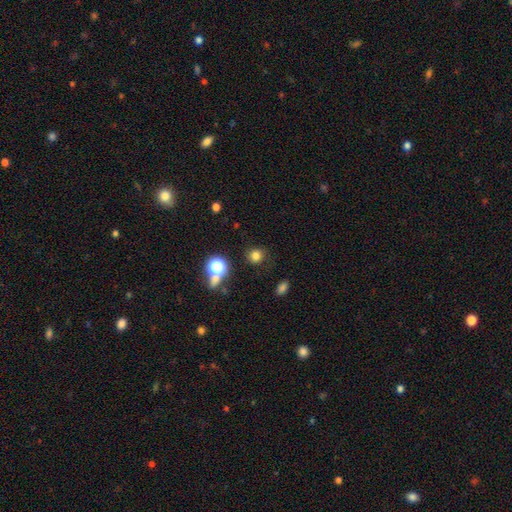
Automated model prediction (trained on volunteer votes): smooth 76%, star or artifact 17%, featured or disk 6%. Down the decision tree: how rounded — round (85%); merging — none (81%).